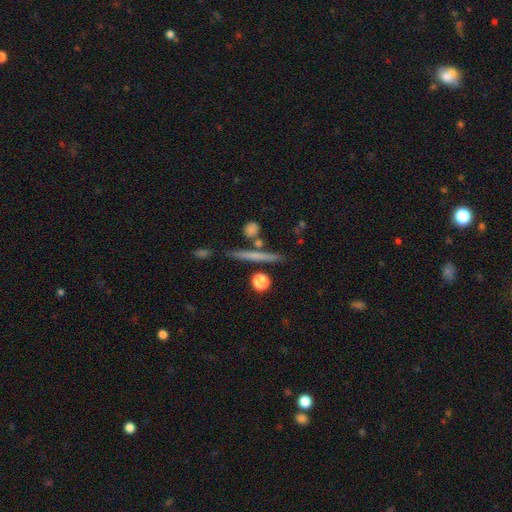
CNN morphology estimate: Smooth or featured? smooth (51%)
How rounded? cigar-shaped (86%)
Merging? none (81%)